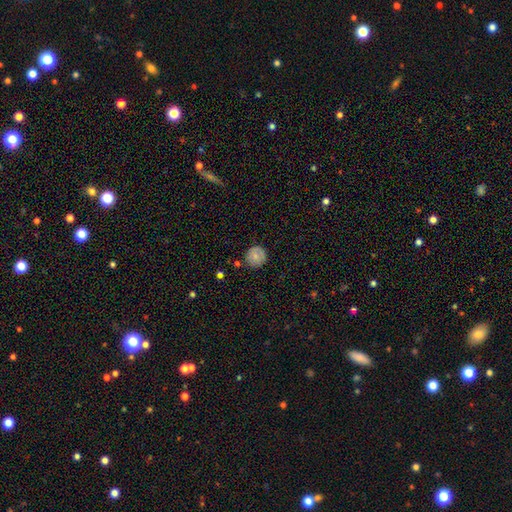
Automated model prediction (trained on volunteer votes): smooth-or-featured: smooth: 76% | featured or disk: 16% | star or artifact: 8%
  how-rounded: round: 93% | in between: 6% | cigar-shaped: 1%
  merging: none: 83% | minor disturbance: 13% | major disturbance: 2% | merger: 2%